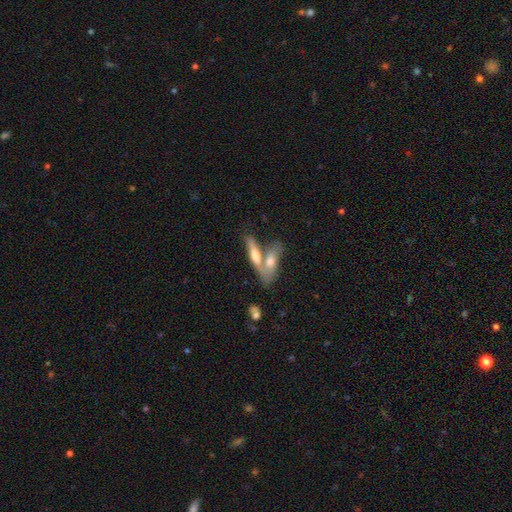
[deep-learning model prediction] Morphology: type=smooth (53%); roundness=cigar-shaped (58%); merging=merger (48%).